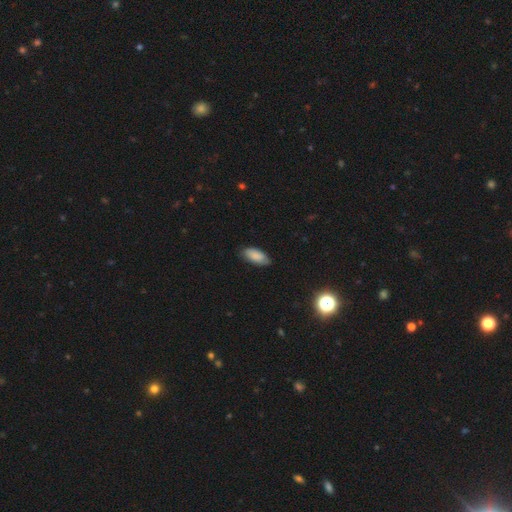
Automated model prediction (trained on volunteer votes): The model was most divided on "merging": none: 78%, minor disturbance: 18%, major disturbance: 3%, merger: 1%. More confident: how rounded — in between (90%); smooth or featured — smooth (85%).